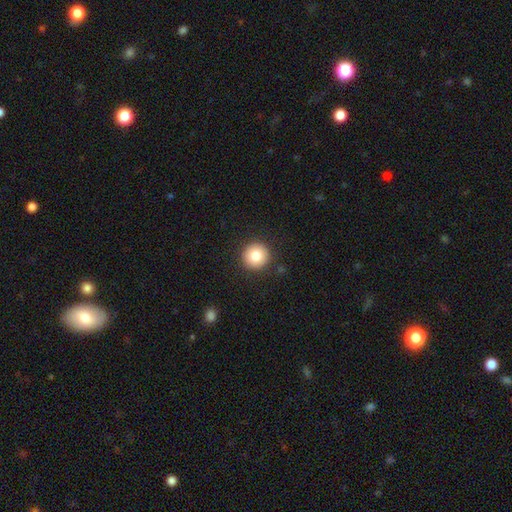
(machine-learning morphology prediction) type=smooth (82%); roundness=round (95%); merging=none (91%).